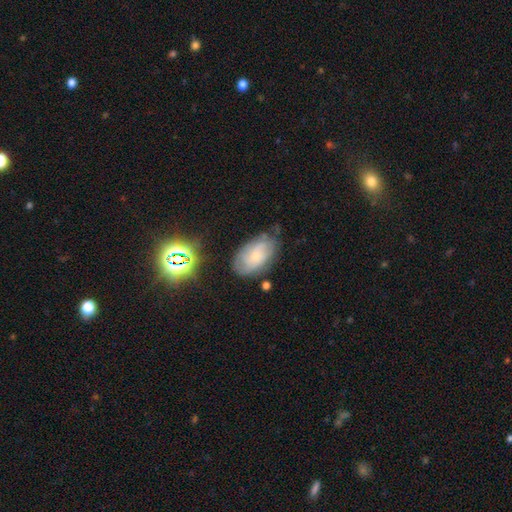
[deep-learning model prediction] Smooth or featured: smooth — 47% (featured or disk — 43%)
Merging: none — 62% (minor disturbance — 26%)